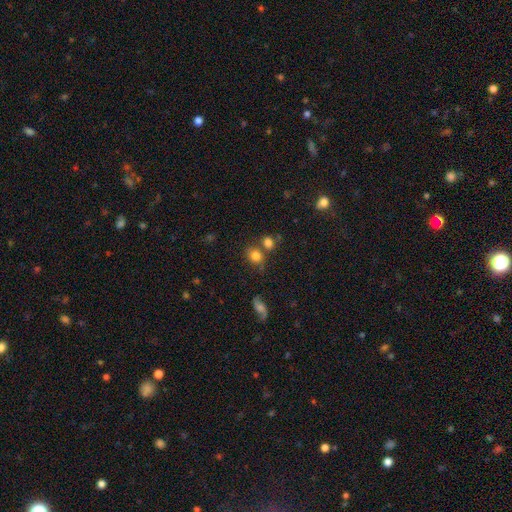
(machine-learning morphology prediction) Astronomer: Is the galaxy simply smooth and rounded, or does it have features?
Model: smooth — 79%.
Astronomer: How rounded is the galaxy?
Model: round — 67%.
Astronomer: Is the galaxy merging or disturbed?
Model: none — 59%.